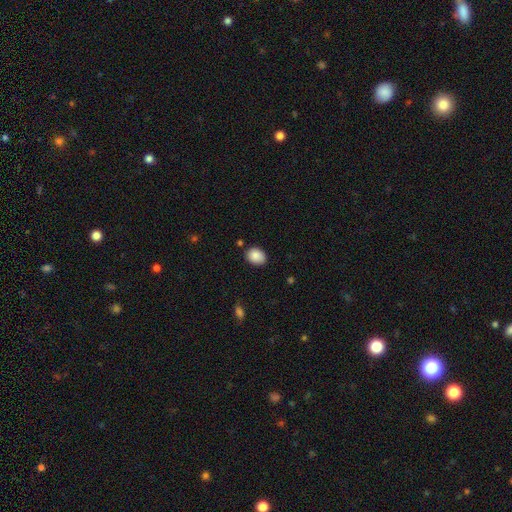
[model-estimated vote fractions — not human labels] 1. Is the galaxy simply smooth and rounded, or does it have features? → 87% smooth, 8% star or artifact, 5% featured or disk.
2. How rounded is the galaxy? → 58% in between, 41% round, 1% cigar-shaped.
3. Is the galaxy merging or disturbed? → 81% none, 14% minor disturbance, 3% major disturbance, 3% merger.